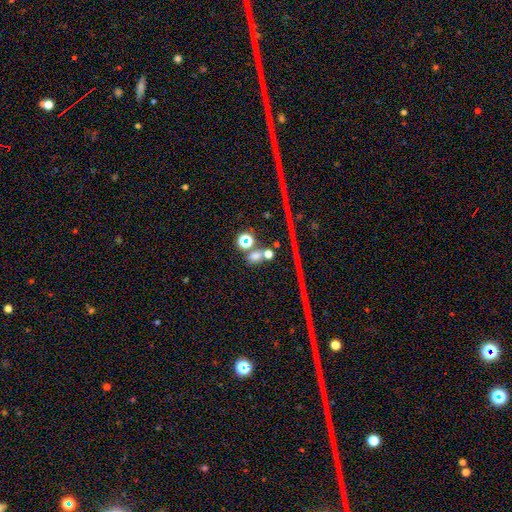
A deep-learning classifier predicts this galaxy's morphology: A smooth galaxy with no disk features (56%) that is round (59%). Merging: none (65%).